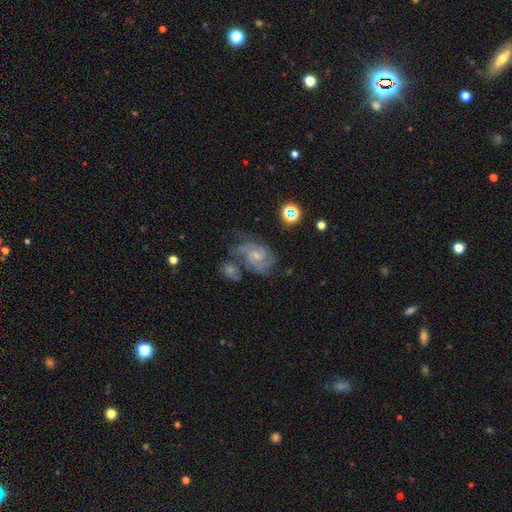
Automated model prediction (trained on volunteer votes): Smooth or featured? Predicted: featured or disk (p=0.83). Edge-on disk? Predicted: no (p=0.98). Bar? Predicted: no (p=0.60). Spiral arms? Predicted: yes (p=0.97). Spiral winding? Predicted: tight (p=0.53). Spiral arm count? Predicted: 2 (p=0.37). Bulge size? Predicted: small (p=0.61). Merging? Predicted: none (p=0.49).